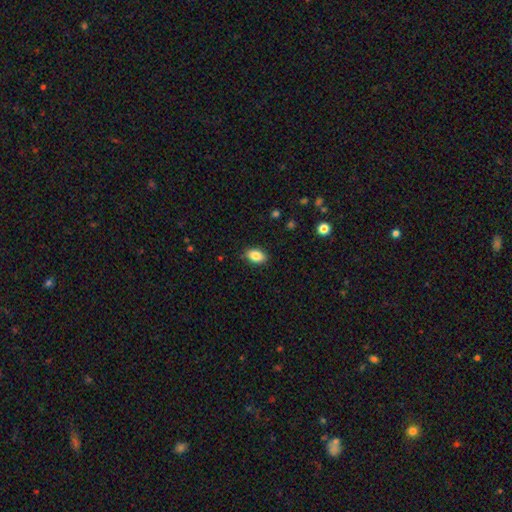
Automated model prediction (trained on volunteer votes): Smooth or featured? smooth (86%)
How rounded? in between (90%)
Merging? none (87%)